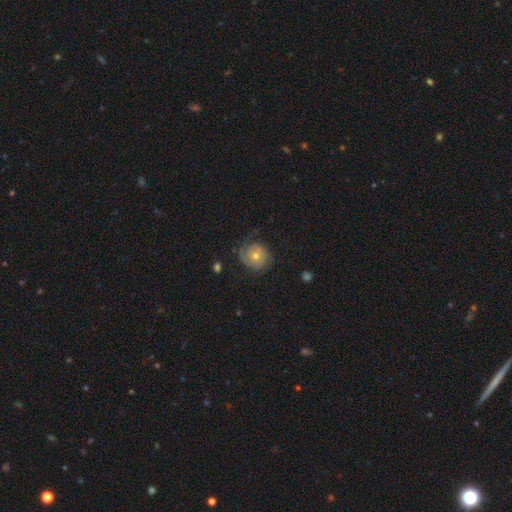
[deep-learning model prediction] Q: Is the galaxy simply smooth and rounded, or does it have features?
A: featured or disk — 72%.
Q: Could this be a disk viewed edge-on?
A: no — 98%.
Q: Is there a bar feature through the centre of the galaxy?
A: no — 81%.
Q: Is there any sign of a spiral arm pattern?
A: yes — 90%.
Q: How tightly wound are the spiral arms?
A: tight — 64%.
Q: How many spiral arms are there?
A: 2 — 49%.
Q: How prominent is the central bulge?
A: moderate — 59%.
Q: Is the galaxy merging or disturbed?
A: none — 71%.